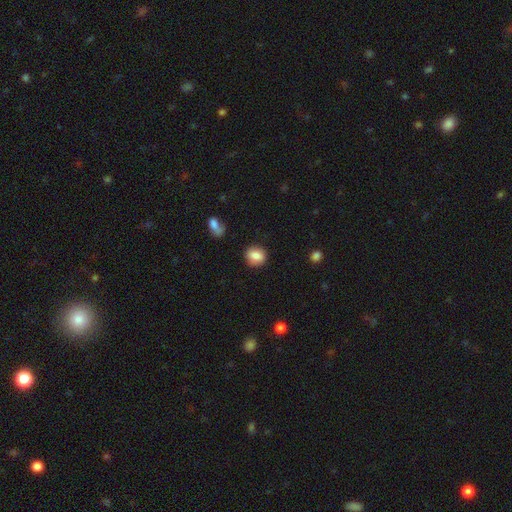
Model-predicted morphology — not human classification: smooth-or-featured: smooth: 83% | featured or disk: 9% | star or artifact: 8%
  how-rounded: round: 63% | in between: 36% | cigar-shaped: 1%
  merging: none: 86% | minor disturbance: 9% | major disturbance: 3% | merger: 2%